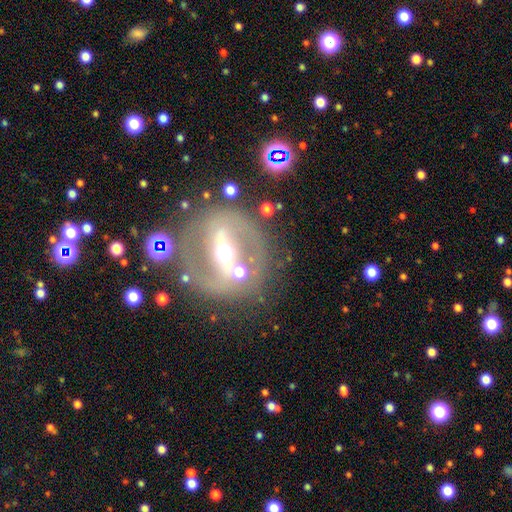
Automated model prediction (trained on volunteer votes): Smooth or featured? featured or disk (74%)
Edge-on disk? no (89%)
Bar? strong (57%)
Spiral arms? yes (59%)
Bulge size? moderate (57%)
Merging? none (63%)